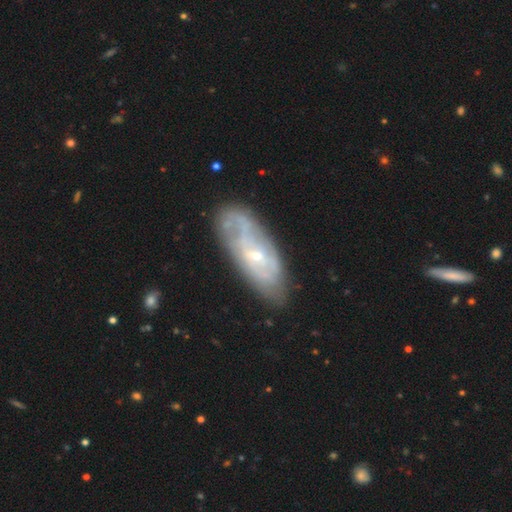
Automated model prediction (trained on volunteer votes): Smooth or featured?
  - featured or disk: 69% *
  - smooth: 24%
  - star or artifact: 7%
Edge-on disk?
  - no: 87% *
  - yes: 13%
Bar?
  - no: 56% *
  - weak: 36%
  - strong: 9%
Spiral arms?
  - yes: 68% *
  - no: 32%
Bulge size?
  - small: 71% *
  - moderate: 25%
  - none: 2%
  - large: 1%
  - dominant: 1%
Merging?
  - none: 66% *
  - minor disturbance: 22%
  - major disturbance: 9%
  - merger: 3%